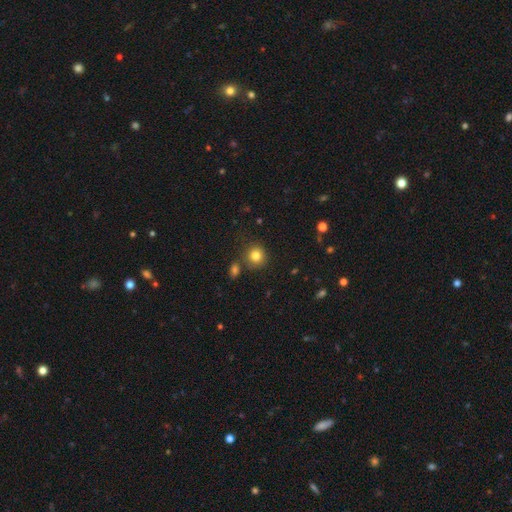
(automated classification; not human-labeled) smooth-or-featured: smooth: 81% | star or artifact: 12% | featured or disk: 7%
  how-rounded: round: 89% | in between: 10% | cigar-shaped: 1%
  merging: none: 79% | minor disturbance: 9% | merger: 8% | major disturbance: 3%